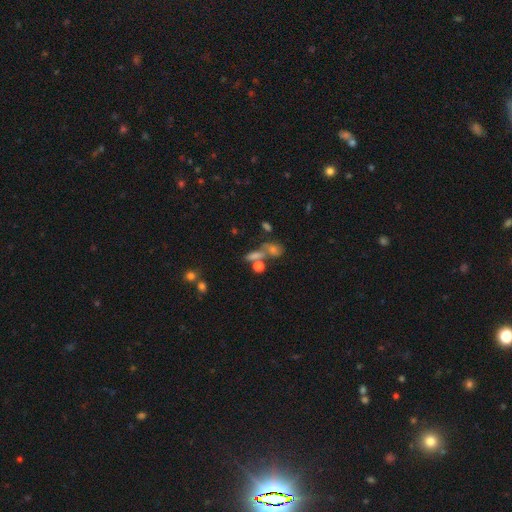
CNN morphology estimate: Smooth or featured? Predicted: smooth (p=0.53). How rounded? Predicted: in between (p=0.49). Merging? Predicted: none (p=0.44).